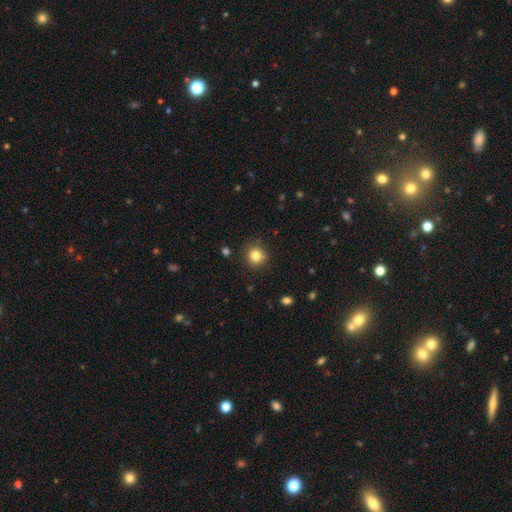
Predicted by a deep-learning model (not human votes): smooth 82%, star or artifact 12%, featured or disk 7%. Down the decision tree: how rounded — round (89%); merging — none (84%).